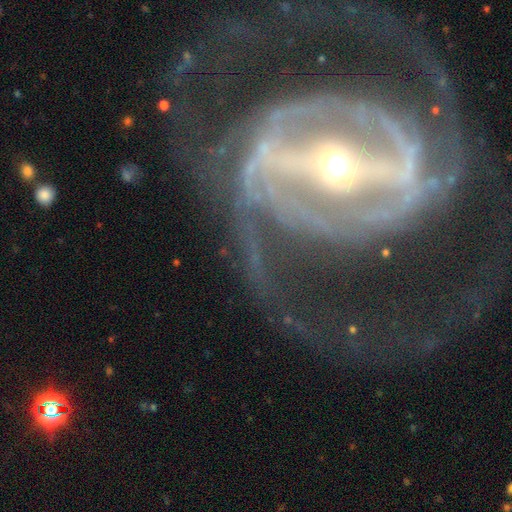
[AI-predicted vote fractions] Smooth or featured? Predicted: featured or disk (p=0.84). Edge-on disk? Predicted: no (p=0.93). Bar? Predicted: strong (p=0.53). Spiral arms? Predicted: yes (p=0.86). Spiral winding? Predicted: medium (p=0.40). Spiral arm count? Predicted: 2 (p=0.51). Bulge size? Predicted: moderate (p=0.49). Merging? Predicted: none (p=0.53).